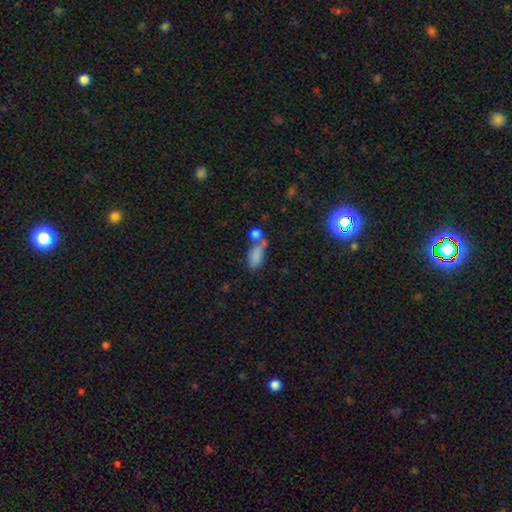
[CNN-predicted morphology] This is likely a smooth galaxy (79%). How rounded: clearly in between (86%). Merging: marginally merger (40%).